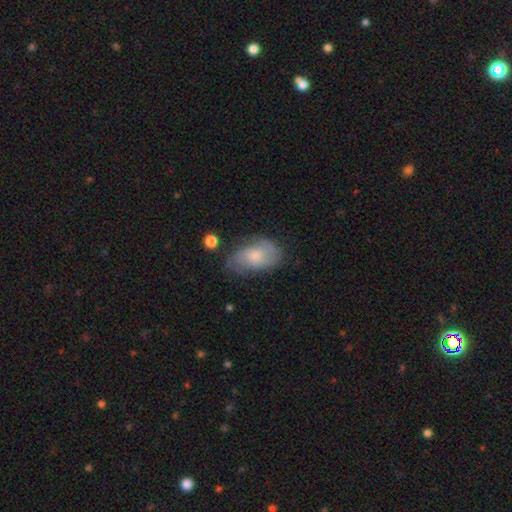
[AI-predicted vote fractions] Smooth or featured?
  - smooth: 52% *
  - featured or disk: 41%
  - star or artifact: 7%
How rounded?
  - in between: 89% *
  - round: 9%
  - cigar-shaped: 2%
Merging?
  - none: 58% *
  - minor disturbance: 28%
  - major disturbance: 11%
  - merger: 3%